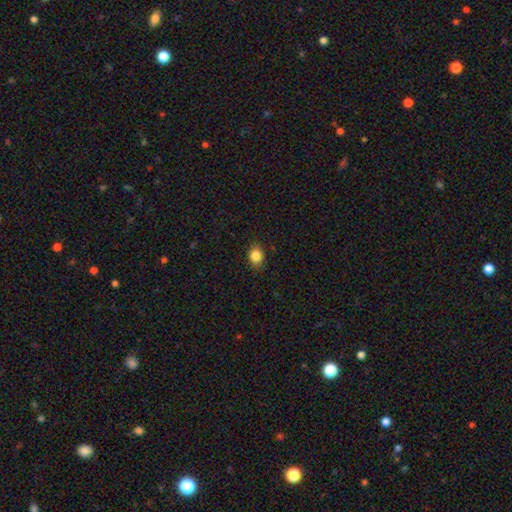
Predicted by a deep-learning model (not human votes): Smooth or featured: smooth — 85% (star or artifact — 10%)
How rounded: in between — 52% (round — 47%)
Merging: none — 87% (minor disturbance — 10%)